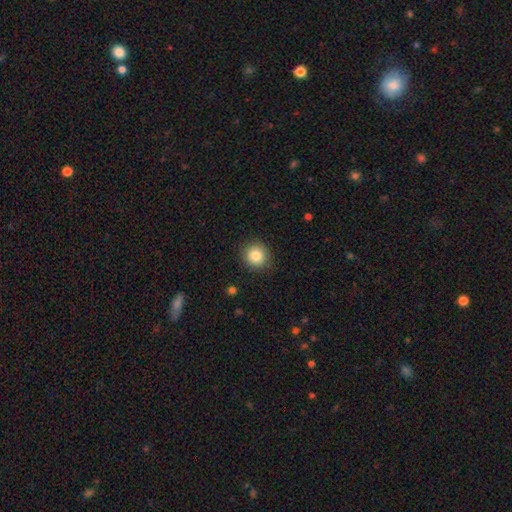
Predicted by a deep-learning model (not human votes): Q: Smooth or featured?
A: smooth (83%); runner-up: star or artifact (10%)
Q: How rounded?
A: round (90%); runner-up: in between (9%)
Q: Merging?
A: none (89%); runner-up: minor disturbance (8%)